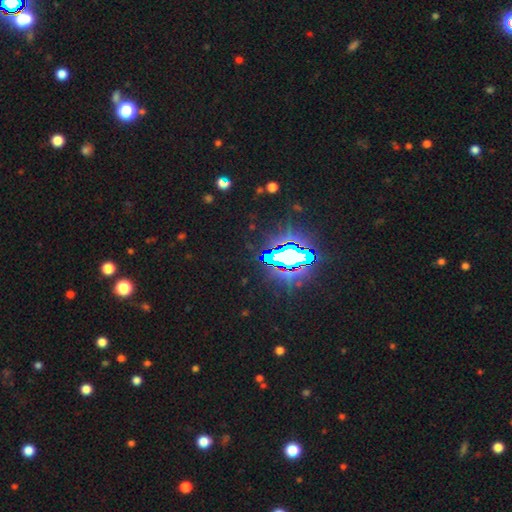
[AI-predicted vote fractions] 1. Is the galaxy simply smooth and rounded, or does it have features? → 84% star or artifact, 9% smooth, 7% featured or disk.